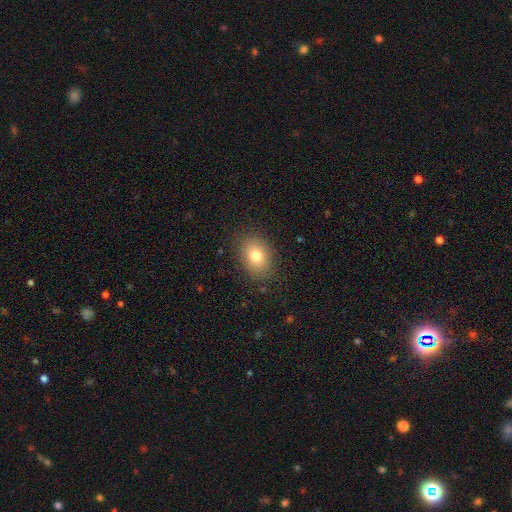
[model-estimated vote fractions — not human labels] smooth 78%, featured or disk 11%, star or artifact 11%. Down the decision tree: how rounded — in between (65%); merging — none (85%).